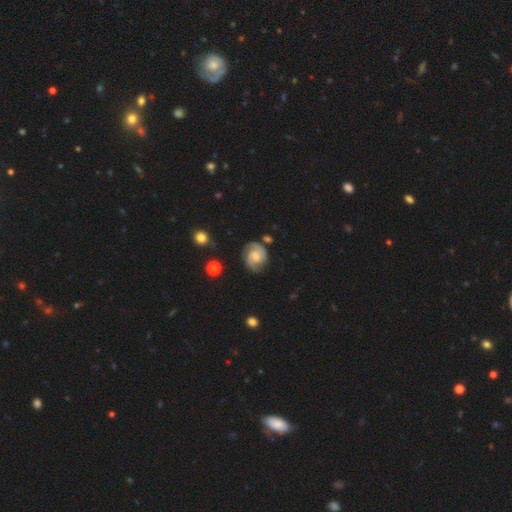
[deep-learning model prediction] Overall: featured or disk (76%). Edge-on disk: no (98%). Bar: no (56%; weak 37%). Spiral arms: yes (95%). Spiral arm count: 2 (75%). Spiral winding: medium (44%; tight 43%). Bulge size: moderate (40%; small 35%). Merging: none (70%).